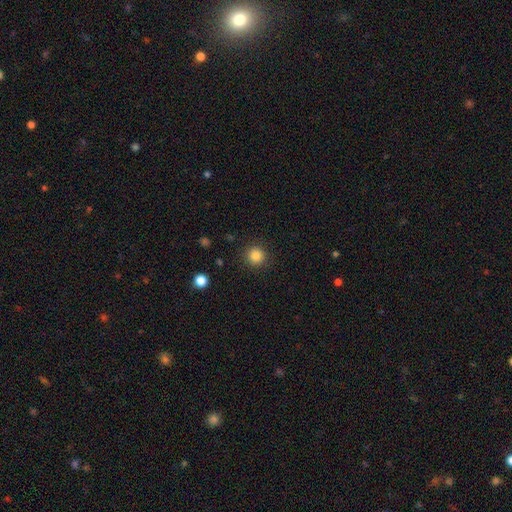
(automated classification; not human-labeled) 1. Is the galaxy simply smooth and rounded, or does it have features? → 84% smooth, 11% star or artifact, 4% featured or disk.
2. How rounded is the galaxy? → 95% round, 4% in between, 1% cigar-shaped.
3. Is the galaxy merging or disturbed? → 91% none, 6% minor disturbance, 2% major disturbance, 1% merger.